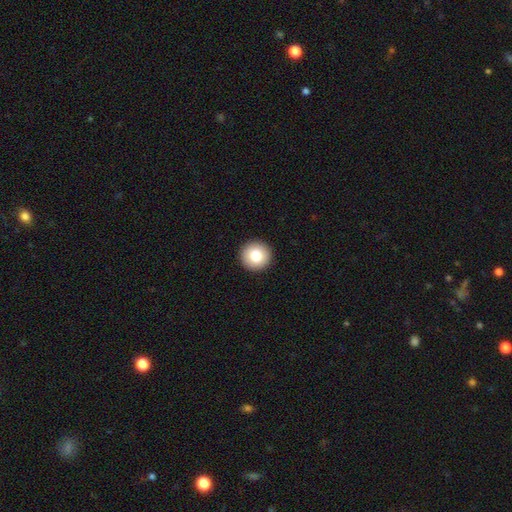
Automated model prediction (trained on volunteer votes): A smooth galaxy with no disk features (81%) that is round (96%). Merging: none (94%).